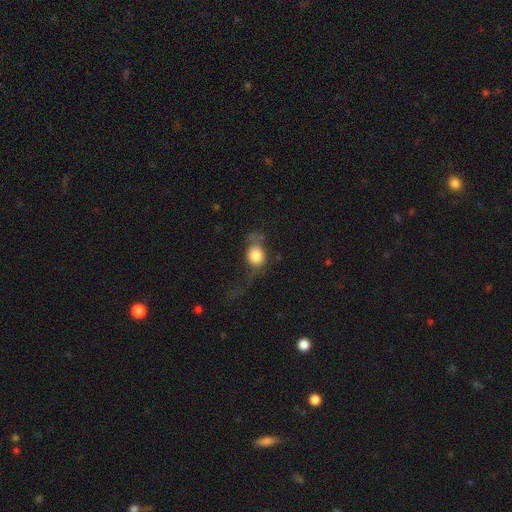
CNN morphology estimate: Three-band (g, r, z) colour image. It shows a smooth galaxy with no disk features (75%) that is round (66%). Merging: major disturbance (39%).